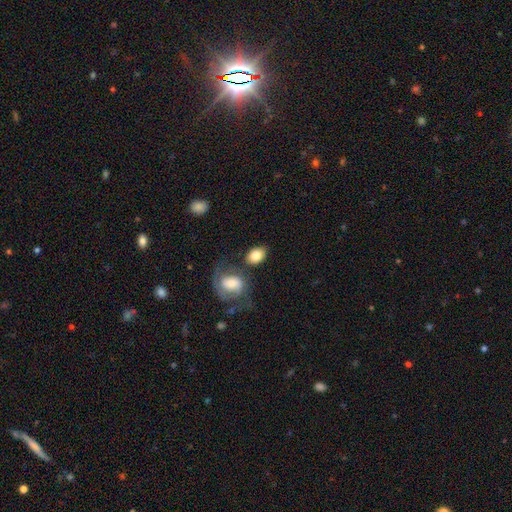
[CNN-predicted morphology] Q: Smooth or featured?
A: smooth (78%); runner-up: featured or disk (16%)
Q: How rounded?
A: in between (75%); runner-up: round (24%)
Q: Merging?
A: none (63%); runner-up: minor disturbance (15%)